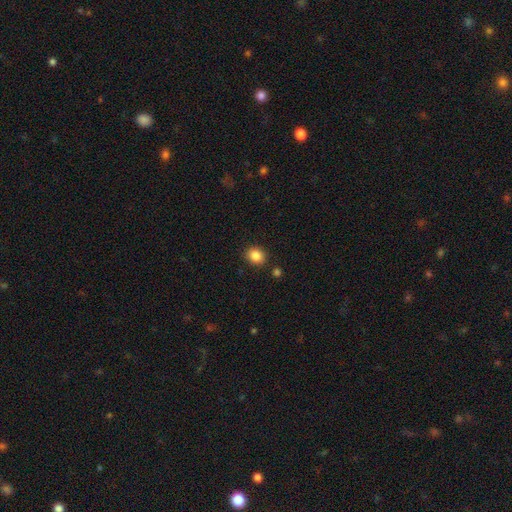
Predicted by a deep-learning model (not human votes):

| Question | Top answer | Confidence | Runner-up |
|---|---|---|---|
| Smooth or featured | smooth | 86% | star or artifact (10%) |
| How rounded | round | 64% | in between (35%) |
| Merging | none | 87% | minor disturbance (8%) |